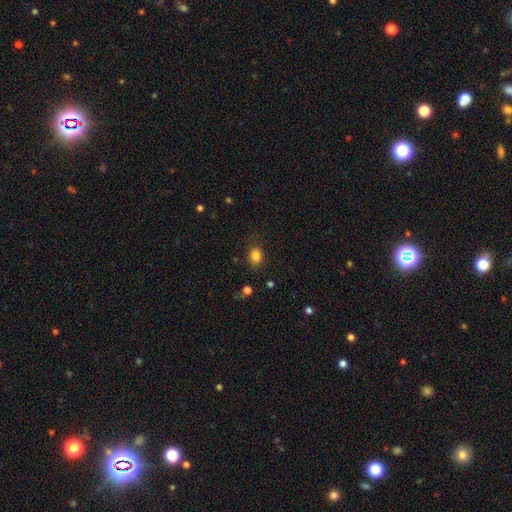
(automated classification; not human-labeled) This is clearly a smooth galaxy (84%). How rounded: possibly in between (55%). Merging: likely none (78%).